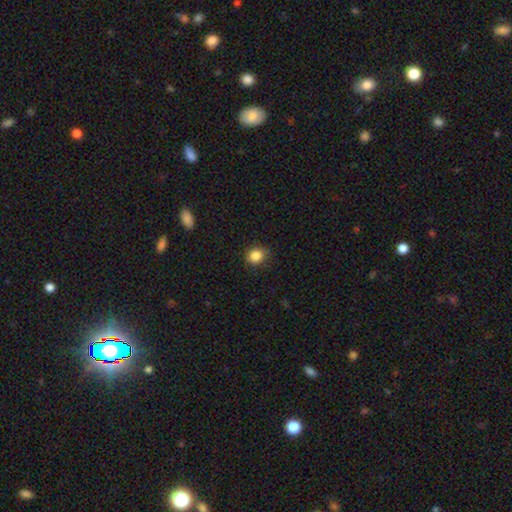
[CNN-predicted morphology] smooth-or-featured: smooth: 85% | star or artifact: 10% | featured or disk: 4%
  how-rounded: round: 65% | in between: 34% | cigar-shaped: 1%
  merging: none: 79% | minor disturbance: 16% | major disturbance: 3% | merger: 1%